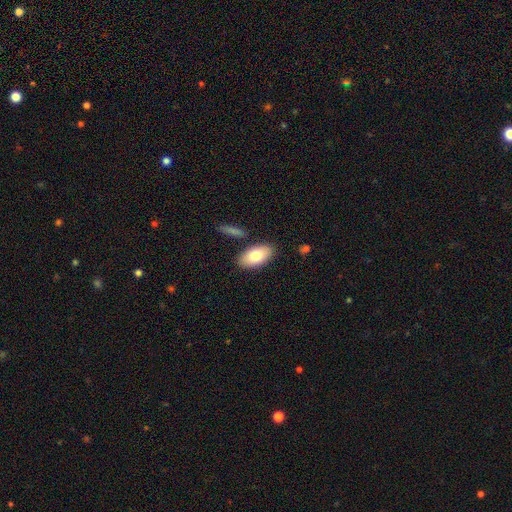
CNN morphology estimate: Smooth or featured? Predicted: smooth (p=0.78). How rounded? Predicted: in between (p=0.93). Merging? Predicted: none (p=0.83).